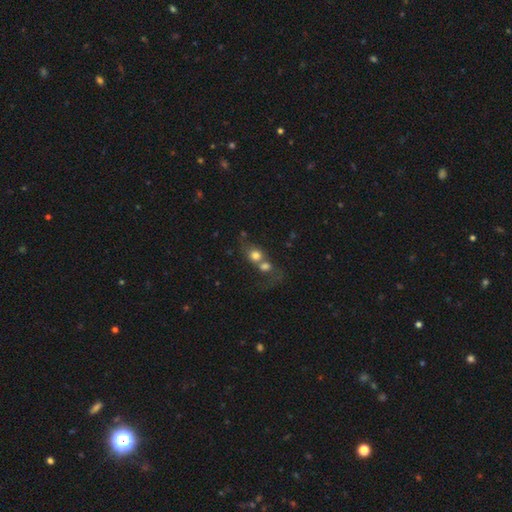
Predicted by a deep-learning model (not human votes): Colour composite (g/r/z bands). It shows a smooth galaxy with no disk features (71%) that is round (68%). Merging: merger (69%).